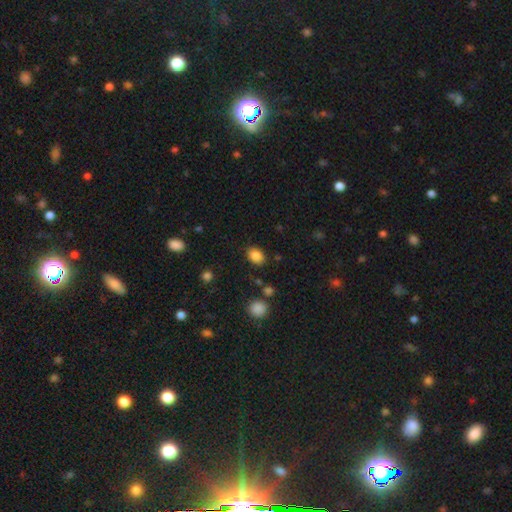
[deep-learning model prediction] smooth 85%, star or artifact 10%, featured or disk 5%. Down the decision tree: how rounded — in between (62%); merging — none (84%).